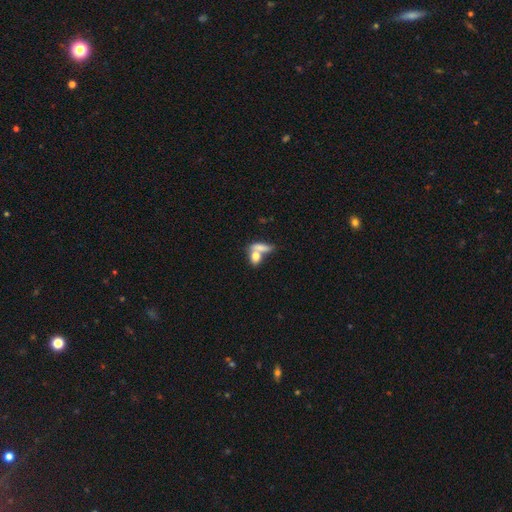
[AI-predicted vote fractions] smooth_or_featured: smooth (p=0.75) [alt: featured or disk p=0.17]
how_rounded: in between (p=0.65) [alt: round p=0.21]
merging: merger (p=0.56) [alt: none p=0.29]